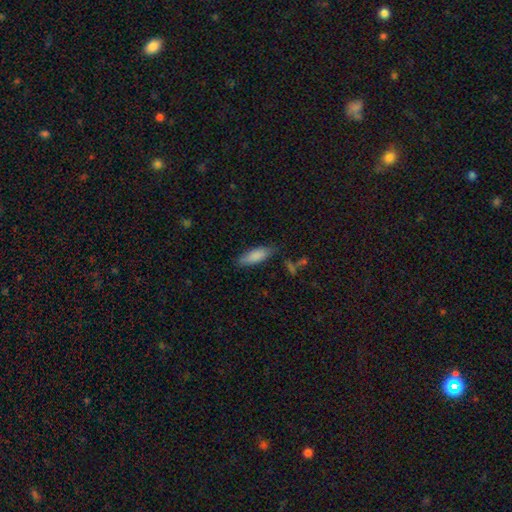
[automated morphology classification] This is clearly a smooth galaxy (86%). How rounded: likely in between (66%). Merging: likely none (79%).